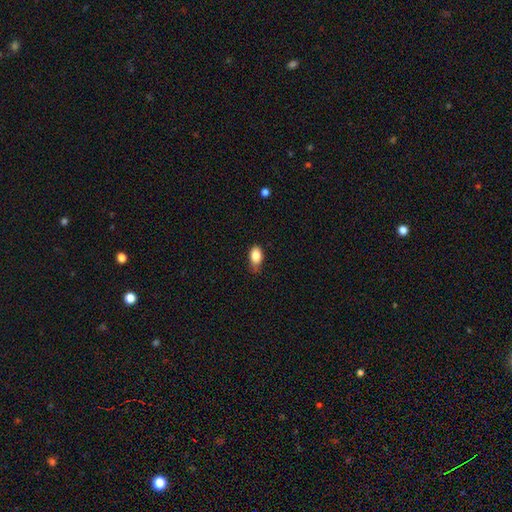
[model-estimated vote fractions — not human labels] smooth_or_featured: smooth (p=0.84) [alt: star or artifact p=0.08]
how_rounded: in between (p=0.88) [alt: round p=0.09]
merging: none (p=0.60) [alt: minor disturbance p=0.32]